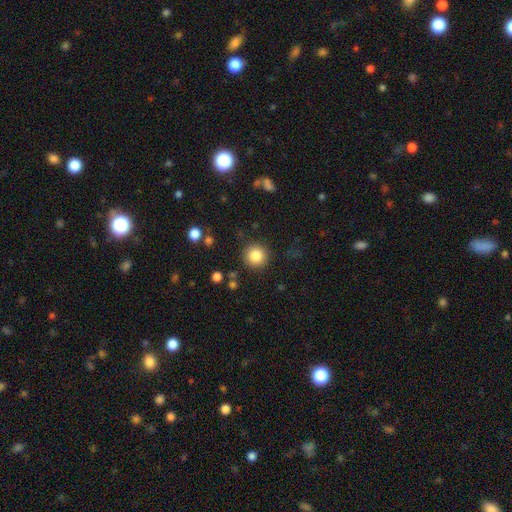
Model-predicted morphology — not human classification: The model was most divided on "smooth or featured": smooth: 85%, star or artifact: 10%, featured or disk: 5%. More confident: how rounded — round (94%); merging — none (89%).